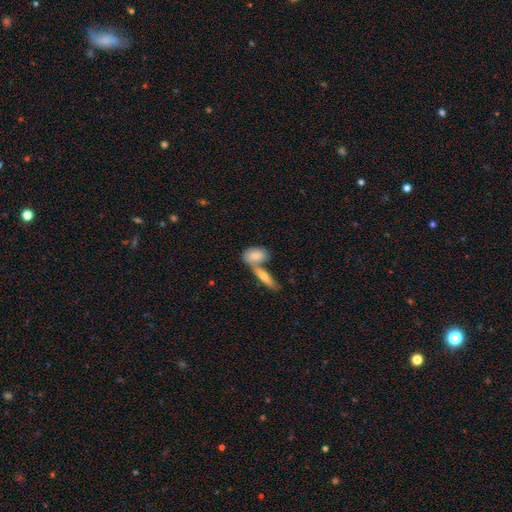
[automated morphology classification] Smooth or featured? smooth (75%)
How rounded? in between (80%)
Merging? merger (50%)